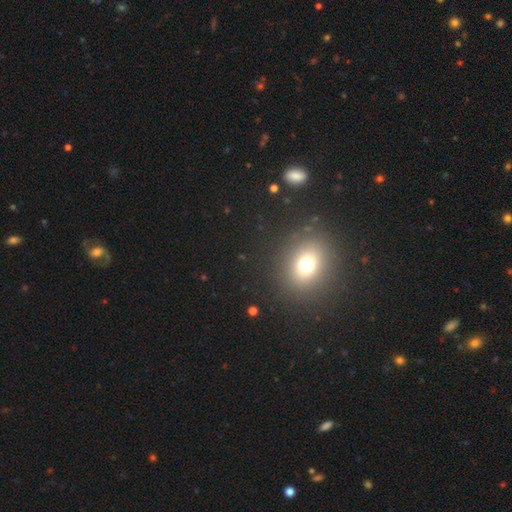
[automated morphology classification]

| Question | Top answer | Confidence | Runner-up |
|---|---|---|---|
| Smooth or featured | smooth | 63% | star or artifact (26%) |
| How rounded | round | 52% | in between (46%) |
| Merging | none | 89% | minor disturbance (7%) |